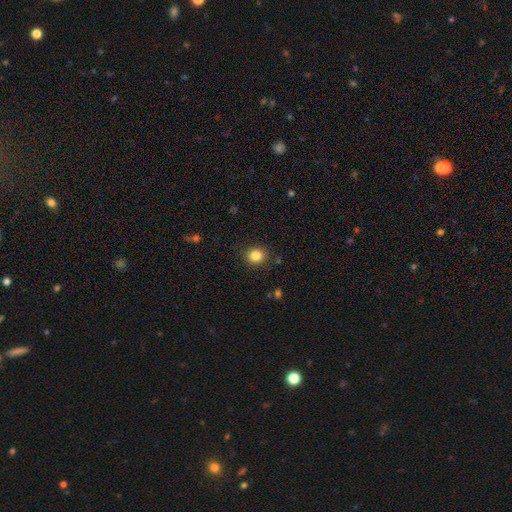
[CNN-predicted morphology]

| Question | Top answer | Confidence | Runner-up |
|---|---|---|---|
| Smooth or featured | smooth | 84% | star or artifact (11%) |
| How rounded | round | 76% | in between (23%) |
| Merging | none | 88% | minor disturbance (8%) |